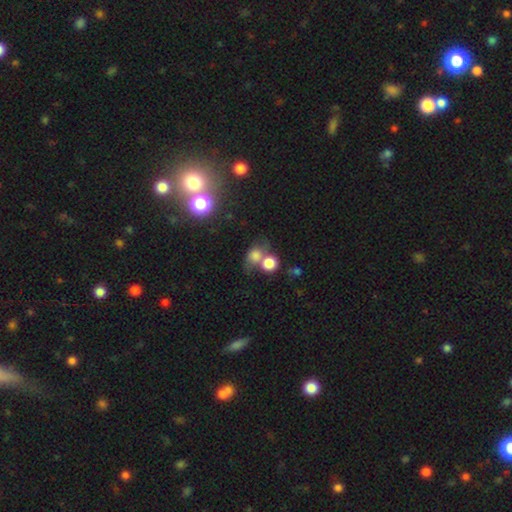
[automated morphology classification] This appears to be a smooth galaxy with no disk features (75%) that is round (72%). Merging: merger (48%).